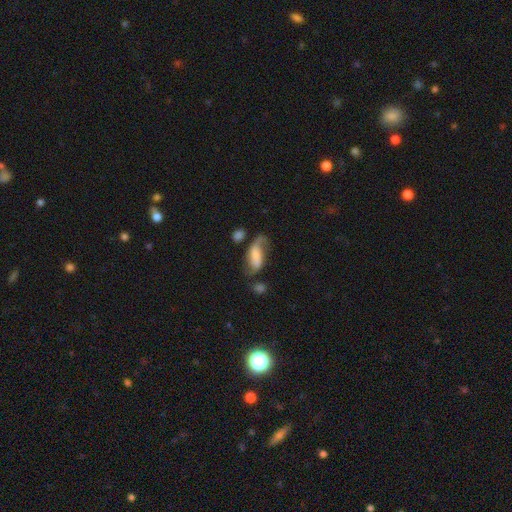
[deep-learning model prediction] Smooth or featured: featured or disk — 50% (smooth — 42%)
Merging: none — 42% (minor disturbance — 26%)